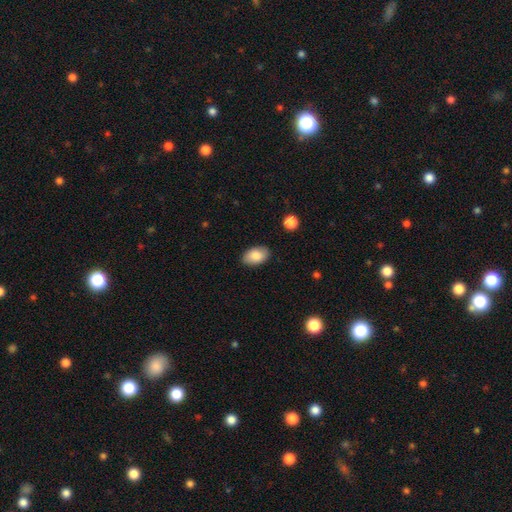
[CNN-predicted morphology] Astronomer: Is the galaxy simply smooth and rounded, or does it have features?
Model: smooth — 85%.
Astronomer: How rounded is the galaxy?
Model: in between — 92%.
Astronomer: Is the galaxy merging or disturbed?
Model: none — 86%.